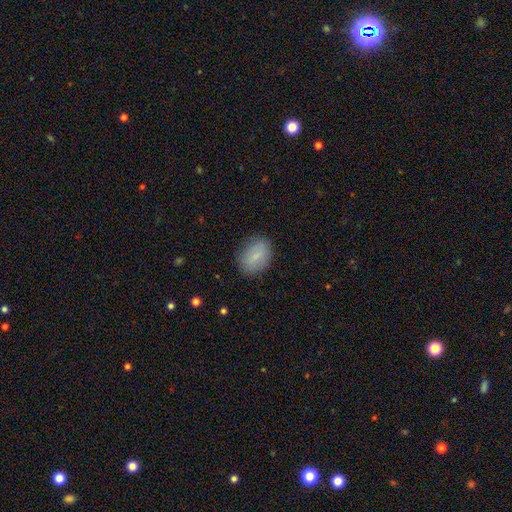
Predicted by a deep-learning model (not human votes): Smooth or featured? smooth (80%)
How rounded? in between (79%)
Merging? none (83%)